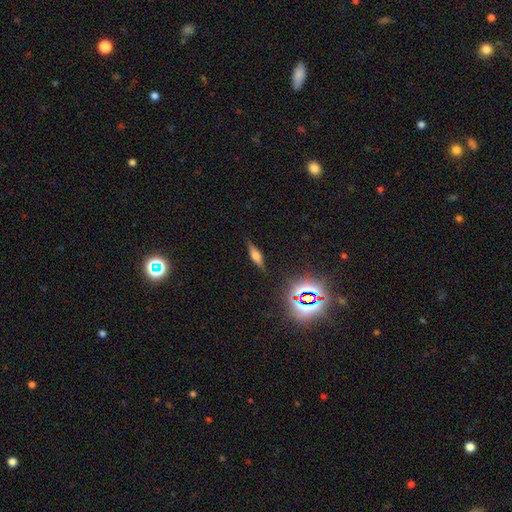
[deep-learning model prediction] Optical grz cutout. It shows a featured or disk galaxy (47%). Merging: none (84%).